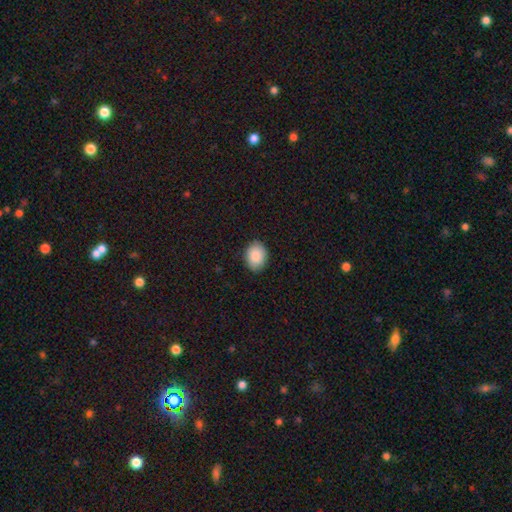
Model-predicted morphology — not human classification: This appears to be a smooth galaxy with no disk features (88%) that is in between round and cigar-shaped (61%). Merging: none (87%).